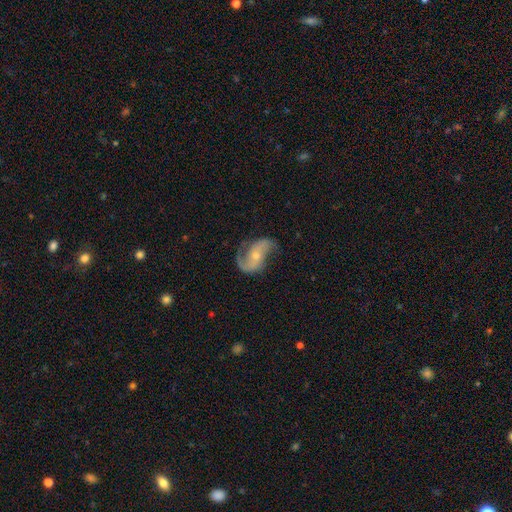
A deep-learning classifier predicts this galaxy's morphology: smooth-or-featured: featured or disk: 86% | smooth: 8% | star or artifact: 5%
  disk-edge-on: no: 97% | yes: 3%
    bar: no: 53% | weak: 32% | strong: 15%
    has-spiral-arms: yes: 96% | no: 4%
      spiral-winding: loose: 53% | medium: 37% | tight: 10%
      spiral-arm-count: 2: 90% | 1: 4% | can't tell: 3% | 3: 1% | 4: 1% | more than 4: 1%
    bulge-size: small: 58% | moderate: 37% | none: 3% | large: 2% | dominant: 1%
  merging: none: 66% | minor disturbance: 20% | major disturbance: 12% | merger: 2%